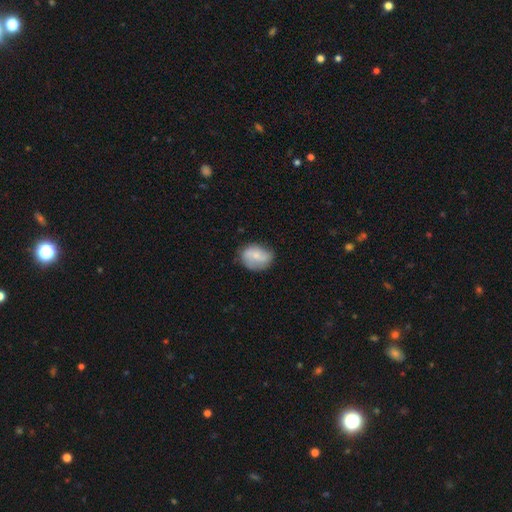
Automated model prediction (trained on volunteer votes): smooth_or_featured: smooth (p=0.62) [alt: featured or disk p=0.30]
how_rounded: in between (p=0.63) [alt: round p=0.35]
merging: none (p=0.65) [alt: minor disturbance p=0.26]